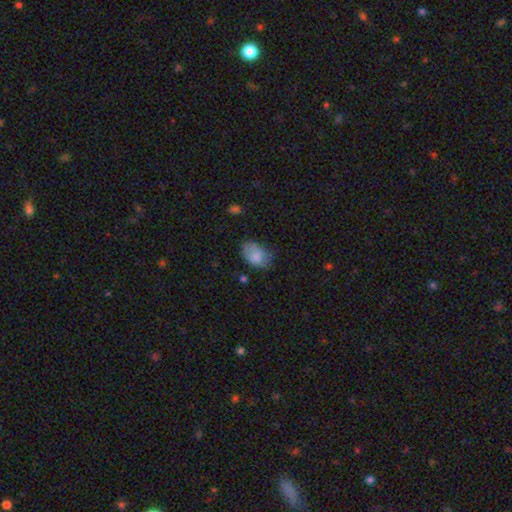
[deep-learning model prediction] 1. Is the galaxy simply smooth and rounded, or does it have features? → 81% smooth, 11% featured or disk, 8% star or artifact.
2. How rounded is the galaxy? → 84% in between, 15% round, 1% cigar-shaped.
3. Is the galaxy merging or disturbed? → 53% none, 34% minor disturbance, 11% major disturbance, 2% merger.